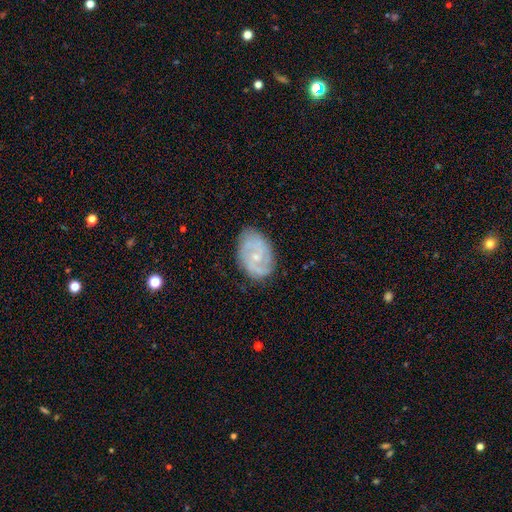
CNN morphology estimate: Smooth or featured? Predicted: featured or disk (p=0.74). Edge-on disk? Predicted: no (p=0.97). Bar? Predicted: no (p=0.67). Spiral arms? Predicted: yes (p=0.89). Spiral winding? Predicted: tight (p=0.46). Spiral arm count? Predicted: 2 (p=0.45). Bulge size? Predicted: small (p=0.72). Merging? Predicted: none (p=0.77).